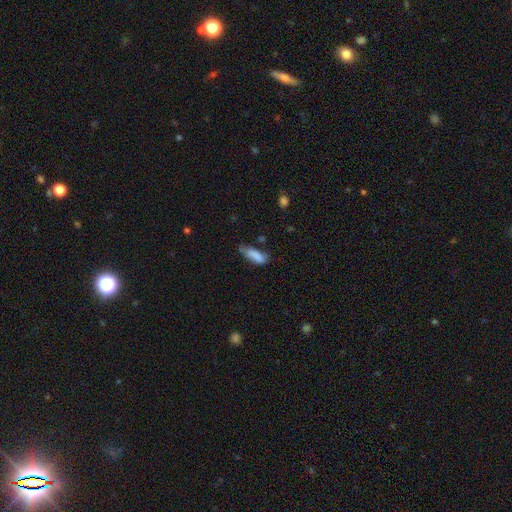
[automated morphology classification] Smooth or featured?
  - smooth: 82% *
  - featured or disk: 11%
  - star or artifact: 8%
How rounded?
  - in between: 64% *
  - cigar-shaped: 34%
  - round: 2%
Merging?
  - none: 45% *
  - minor disturbance: 37%
  - major disturbance: 13%
  - merger: 5%